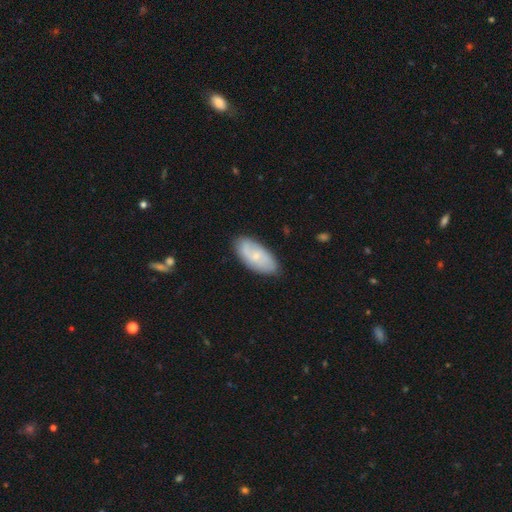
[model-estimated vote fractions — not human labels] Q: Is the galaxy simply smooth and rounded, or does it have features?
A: smooth — 49%.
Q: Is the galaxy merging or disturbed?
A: none — 80%.